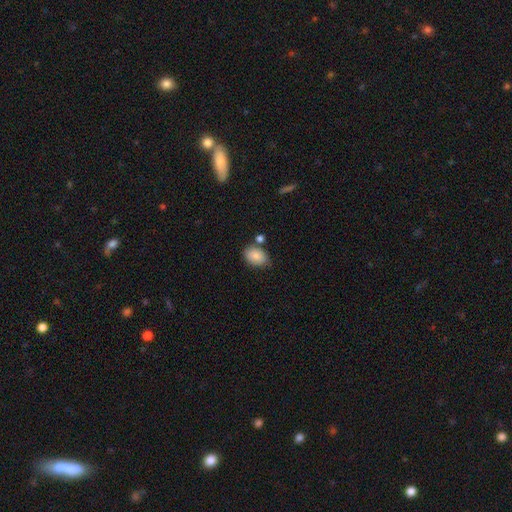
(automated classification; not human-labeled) Smooth or featured: smooth — 84% (featured or disk — 8%)
How rounded: in between — 82% (round — 17%)
Merging: none — 70% (minor disturbance — 17%)